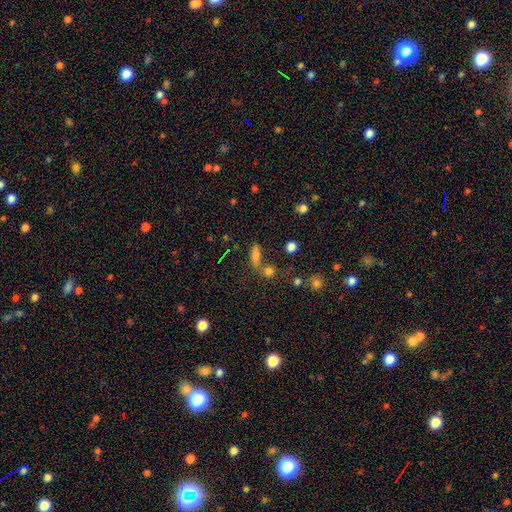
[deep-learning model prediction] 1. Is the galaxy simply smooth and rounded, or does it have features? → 64% smooth, 21% star or artifact, 16% featured or disk.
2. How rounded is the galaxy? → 52% in between, 36% cigar-shaped, 12% round.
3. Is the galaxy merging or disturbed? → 51% none, 29% merger, 12% minor disturbance, 8% major disturbance.